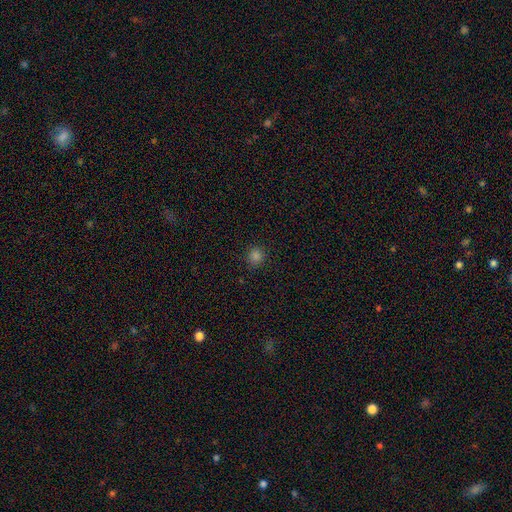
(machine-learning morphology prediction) Q: Smooth or featured?
A: smooth (81%); runner-up: star or artifact (16%)
Q: How rounded?
A: round (87%); runner-up: in between (12%)
Q: Merging?
A: none (90%); runner-up: minor disturbance (7%)